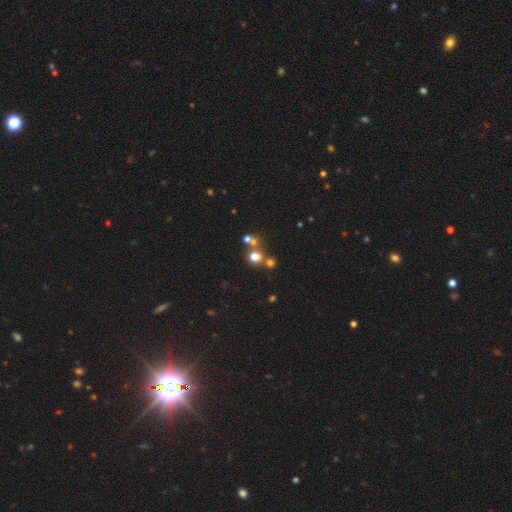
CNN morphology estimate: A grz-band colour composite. It shows a smooth galaxy with no disk features (49%). Merging: none (57%).